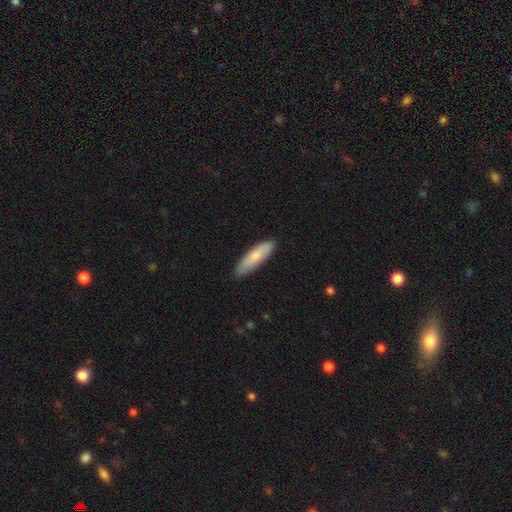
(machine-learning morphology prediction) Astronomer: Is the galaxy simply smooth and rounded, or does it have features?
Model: smooth — 78%.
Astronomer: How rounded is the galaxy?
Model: cigar-shaped — 64%.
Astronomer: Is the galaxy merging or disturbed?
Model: none — 87%.